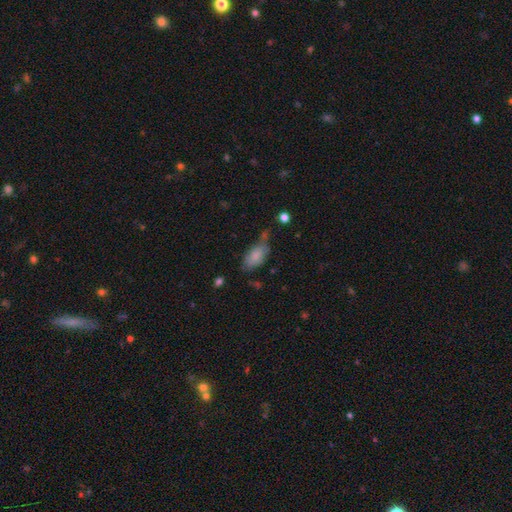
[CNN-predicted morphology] Overall: smooth (79%). How rounded: in between (91%). Merging: none (45%; minor disturbance 33%).